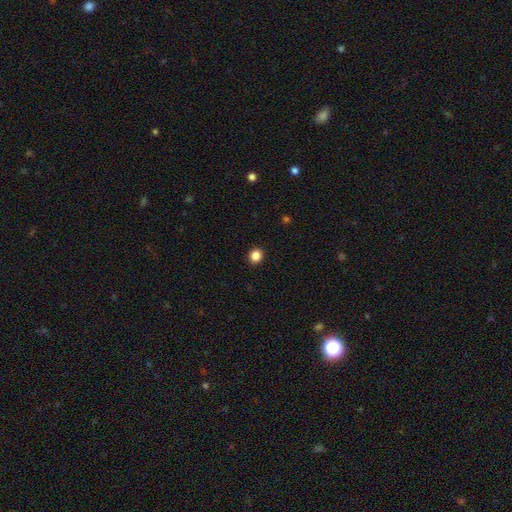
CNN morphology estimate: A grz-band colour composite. It shows a smooth galaxy with no disk features (85%) that is round (89%). Merging: none (93%).